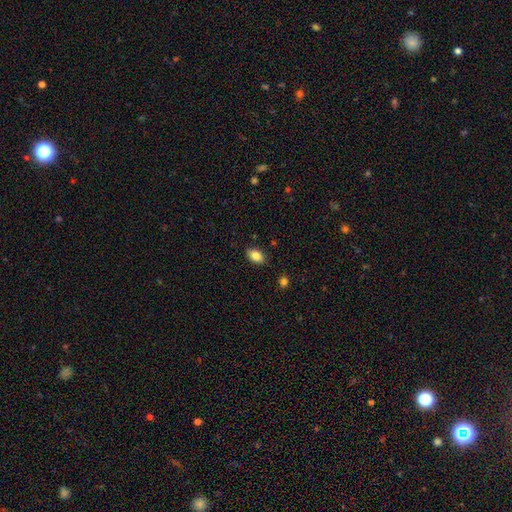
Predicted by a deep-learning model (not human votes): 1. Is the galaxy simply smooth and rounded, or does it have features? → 84% smooth, 8% star or artifact, 8% featured or disk.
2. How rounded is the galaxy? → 89% in between, 9% round, 2% cigar-shaped.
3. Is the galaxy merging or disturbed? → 87% none, 10% minor disturbance, 2% major disturbance, 1% merger.